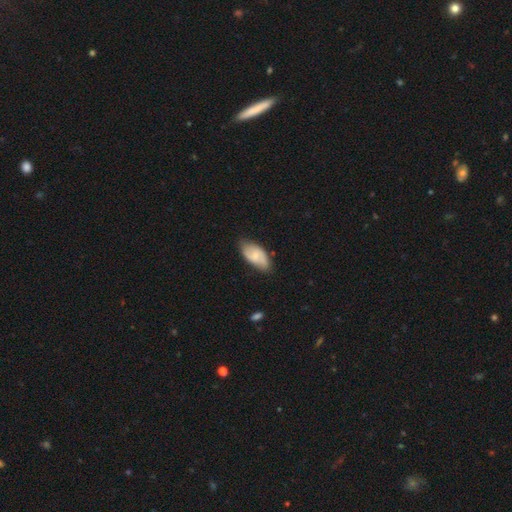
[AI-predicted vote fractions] The model was most divided on "smooth or featured": smooth: 51%, featured or disk: 43%, star or artifact: 6%. More confident: how rounded — in between (93%); merging — none (71%).